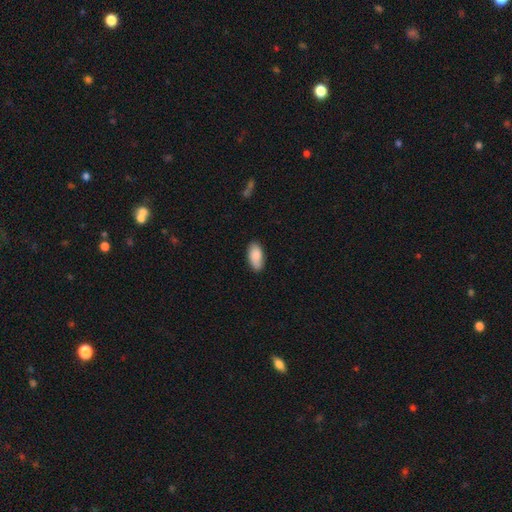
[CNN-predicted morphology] smooth 86%, featured or disk 8%, star or artifact 6%. Down the decision tree: how rounded — in between (91%); merging — none (83%).